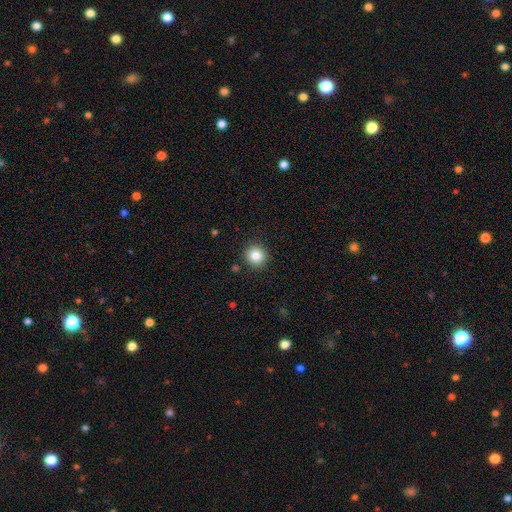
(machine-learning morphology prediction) A smooth galaxy with no disk features (84%) that is round (92%). Merging: none (90%).